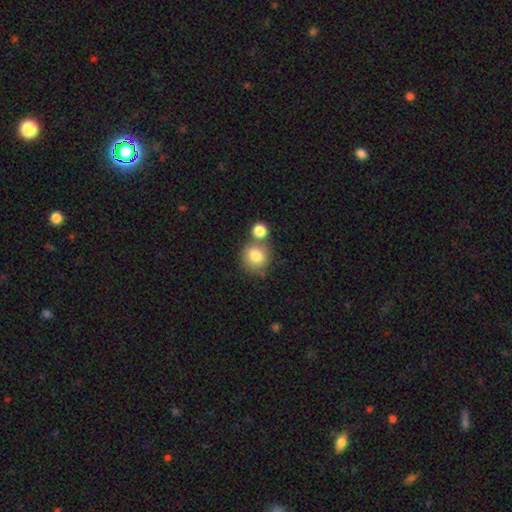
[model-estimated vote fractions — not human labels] Overall: smooth (82%). How rounded: round (87%). Merging: none (55%; merger 31%).